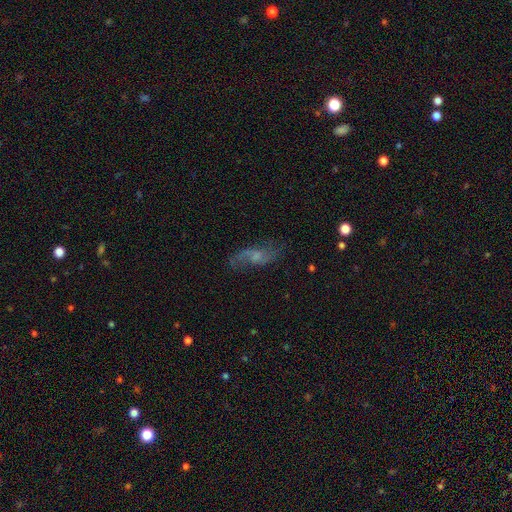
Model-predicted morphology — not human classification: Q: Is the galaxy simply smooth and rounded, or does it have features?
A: featured or disk — 67%.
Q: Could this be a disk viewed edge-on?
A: no — 90%.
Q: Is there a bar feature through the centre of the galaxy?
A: no — 59%.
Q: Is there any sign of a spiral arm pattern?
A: yes — 88%.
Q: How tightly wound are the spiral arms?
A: loose — 70%.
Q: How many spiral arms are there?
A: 2 — 83%.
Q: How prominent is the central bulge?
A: small — 40%.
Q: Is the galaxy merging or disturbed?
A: none — 67%.